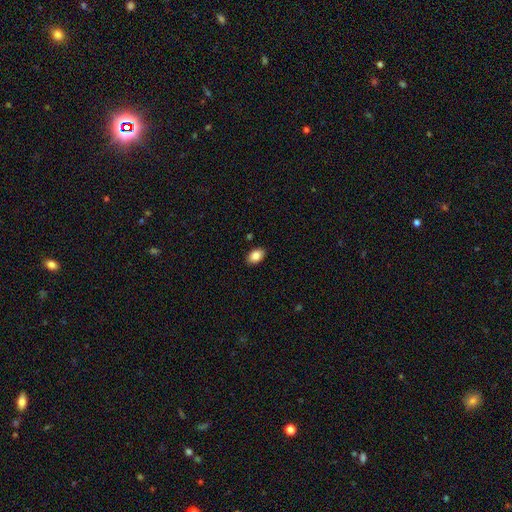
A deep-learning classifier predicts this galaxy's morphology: smooth 86%, star or artifact 8%, featured or disk 6%. Down the decision tree: how rounded — in between (89%); merging — none (88%).